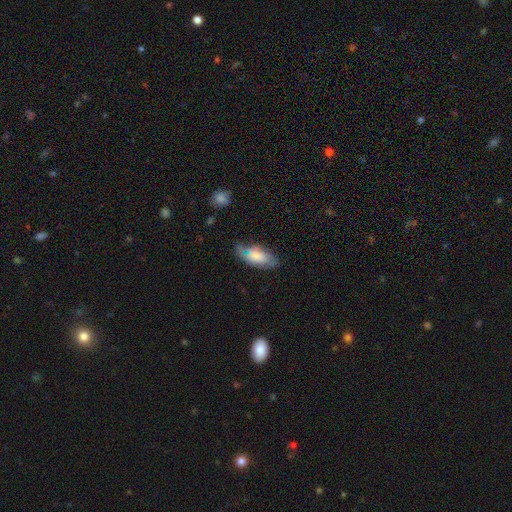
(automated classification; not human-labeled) This is likely a smooth galaxy (67%). How rounded: clearly in between (82%). Merging: likely none (63%).